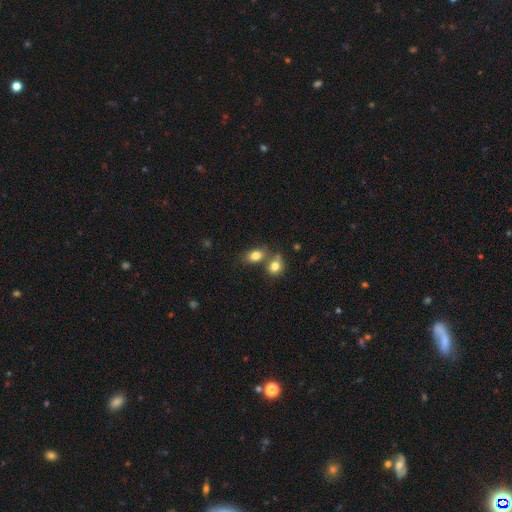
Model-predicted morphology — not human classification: Overall: smooth (81%). How rounded: in between (75%). Merging: none (48%; merger 37%).